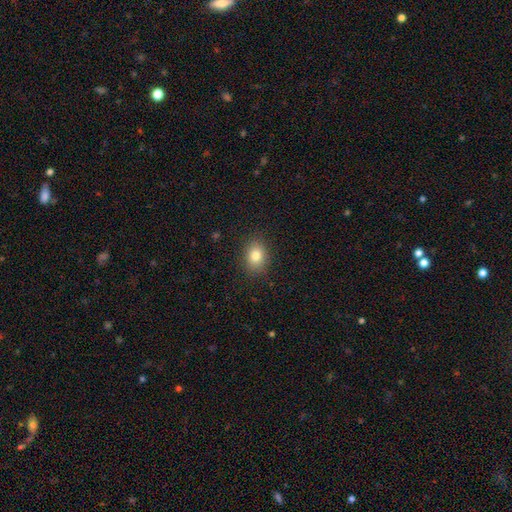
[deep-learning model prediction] This is clearly a smooth galaxy (82%). How rounded: likely in between (61%). Merging: clearly none (88%).